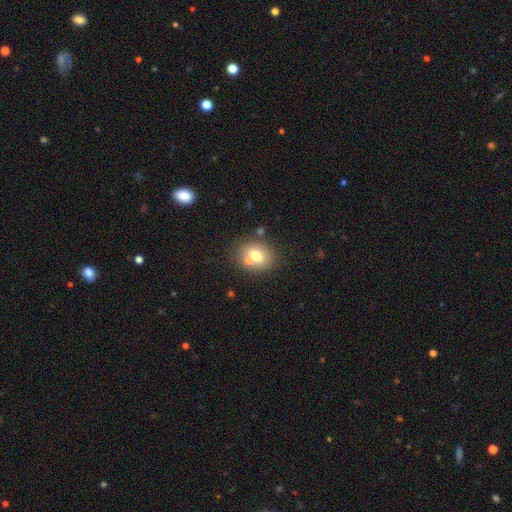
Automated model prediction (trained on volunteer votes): The model was most divided on "how rounded": round: 51%, in between: 48%, cigar-shaped: 1%. More confident: smooth or featured — smooth (70%); merging — none (65%).